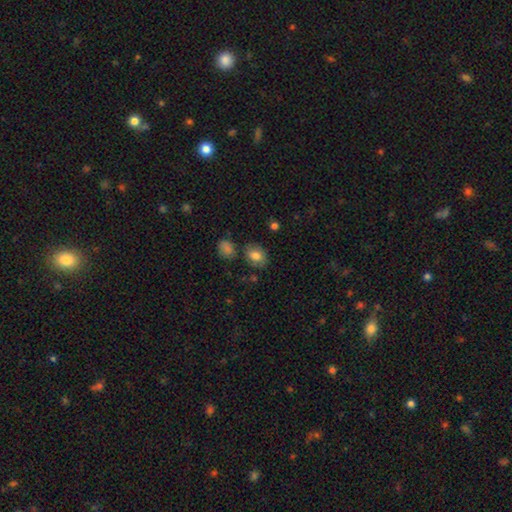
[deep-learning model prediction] smooth-or-featured: smooth: 81% | featured or disk: 10% | star or artifact: 9%
  how-rounded: in between: 69% | round: 30% | cigar-shaped: 1%
  merging: none: 73% | minor disturbance: 16% | merger: 7% | major disturbance: 4%